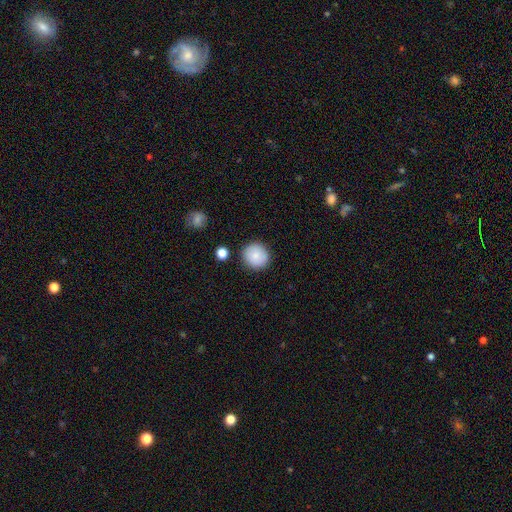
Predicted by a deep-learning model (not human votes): A smooth galaxy with no disk features (85%) that is round (93%).

Vote fractions:
- Smooth or featured? smooth: 85% / star or artifact: 8% / featured or disk: 7%
- How rounded? round: 93% / in between: 6% / cigar-shaped: 1%
- Merging? none: 88% / minor disturbance: 7% / major disturbance: 2% / merger: 2%